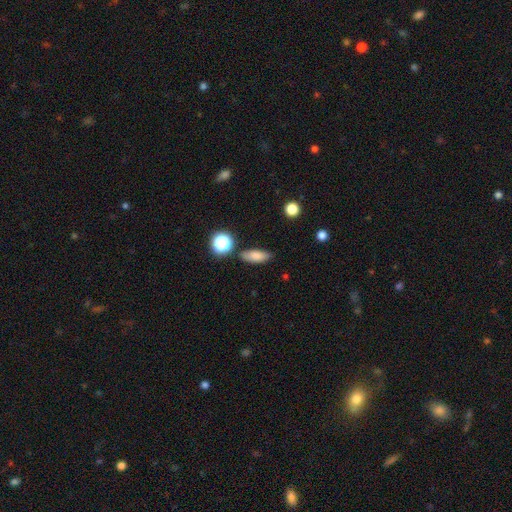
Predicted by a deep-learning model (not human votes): Morphology: type=smooth (81%); roundness=in between (70%); merging=none (80%).